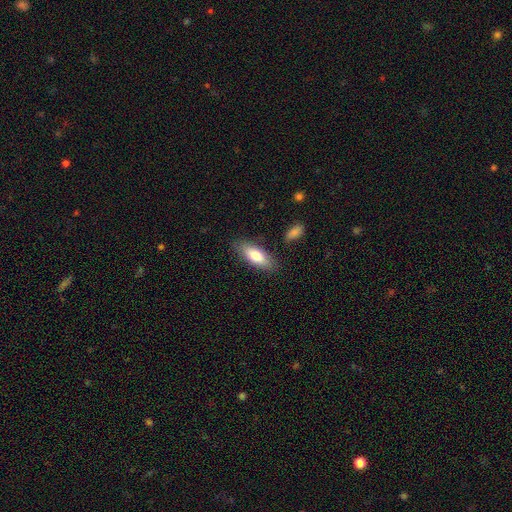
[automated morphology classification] Overall: smooth (77%). How rounded: in between (71%). Merging: none (84%).